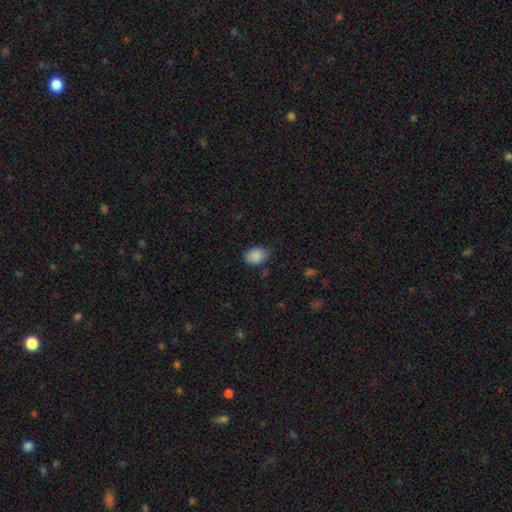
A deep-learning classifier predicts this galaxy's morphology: A smooth galaxy with no disk features (88%) that is in between round and cigar-shaped (64%). Merging: none (70%).